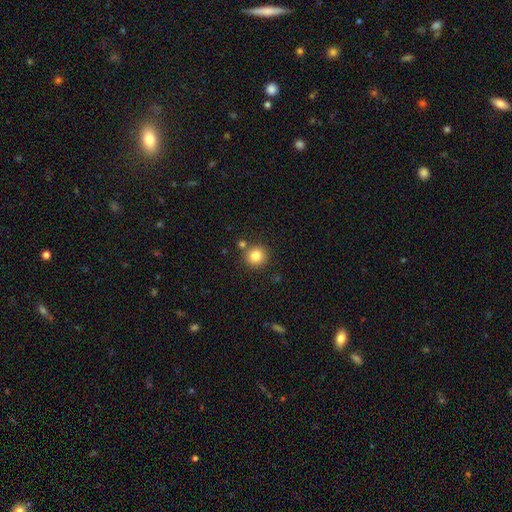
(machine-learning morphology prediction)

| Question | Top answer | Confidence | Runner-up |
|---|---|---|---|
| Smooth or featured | smooth | 83% | star or artifact (11%) |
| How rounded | round | 91% | in between (8%) |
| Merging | none | 80% | merger (9%) |